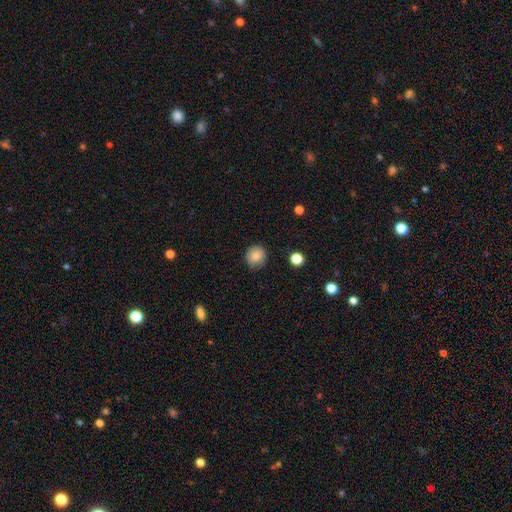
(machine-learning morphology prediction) smooth 84%, star or artifact 9%, featured or disk 7%. Down the decision tree: how rounded — round (90%); merging — none (84%).